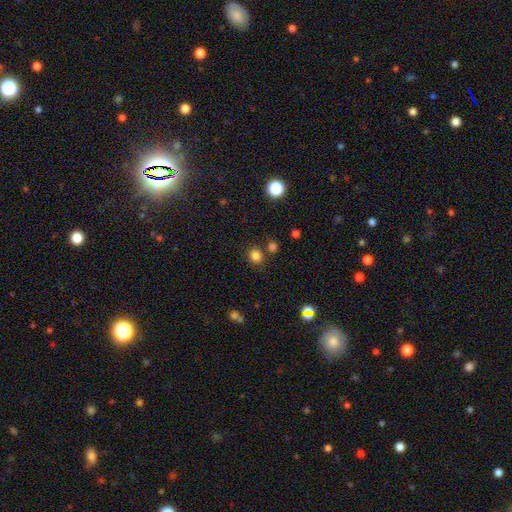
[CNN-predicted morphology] smooth 80%, star or artifact 16%, featured or disk 5%. Down the decision tree: how rounded — round (82%); merging — none (78%).